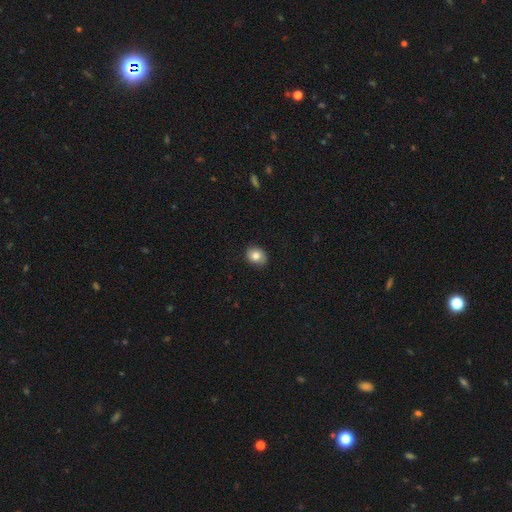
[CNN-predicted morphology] Smooth or featured? Predicted: smooth (p=0.83). How rounded? Predicted: round (p=0.57). Merging? Predicted: none (p=0.85).